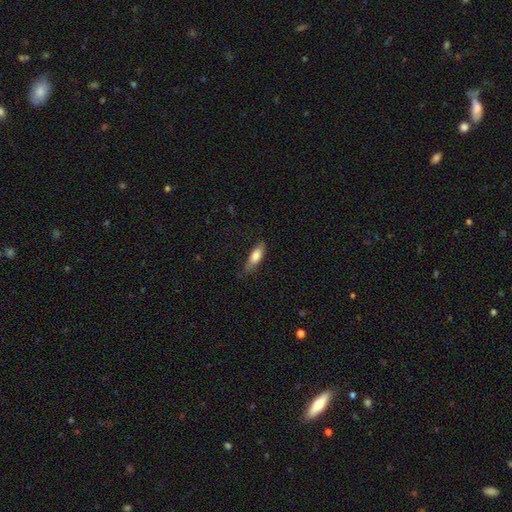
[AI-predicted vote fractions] This is likely a smooth galaxy (75%). How rounded: possibly in between (56%). Merging: likely none (72%).